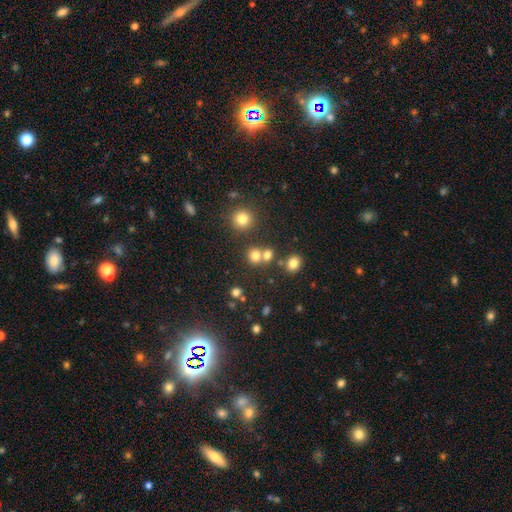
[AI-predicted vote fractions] Morphology: type=smooth (75%); roundness=round (84%); merging=none (60%).